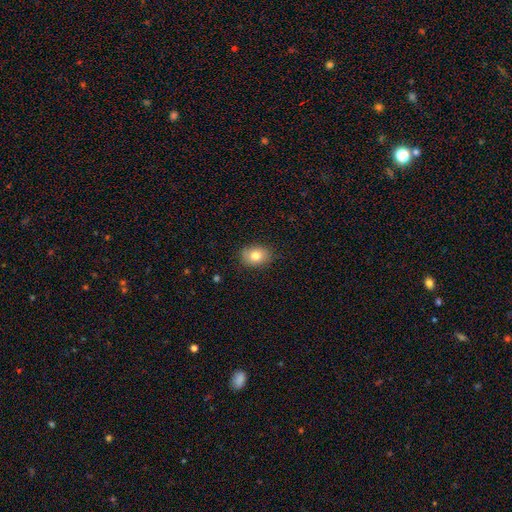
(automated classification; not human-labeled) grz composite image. It shows a smooth galaxy with no disk features (80%) that is in between round and cigar-shaped (65%). Merging: none (84%).